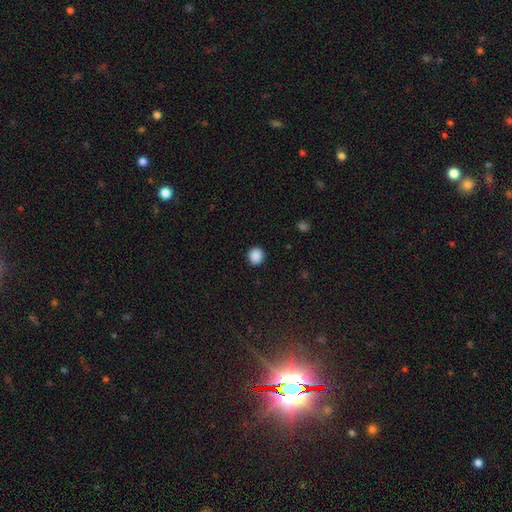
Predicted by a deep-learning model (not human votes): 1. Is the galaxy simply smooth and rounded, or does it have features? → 89% smooth, 9% star or artifact, 2% featured or disk.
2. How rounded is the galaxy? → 91% round, 8% in between, 1% cigar-shaped.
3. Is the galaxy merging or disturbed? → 92% none, 5% minor disturbance, 2% major disturbance, 1% merger.